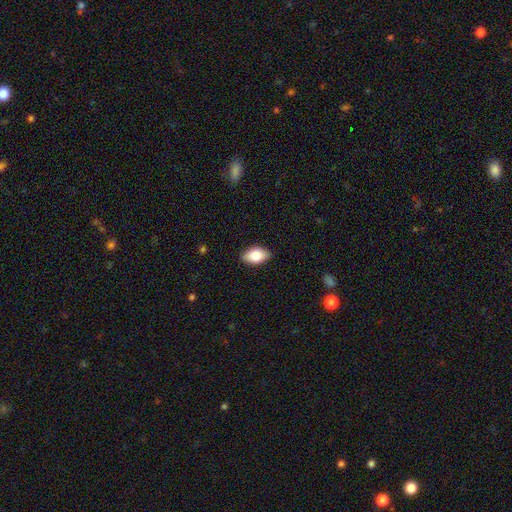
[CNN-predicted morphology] Overall: smooth (79%). How rounded: in between (90%). Merging: none (86%).